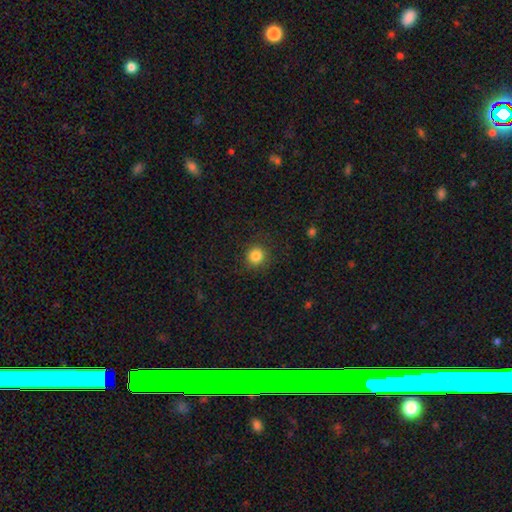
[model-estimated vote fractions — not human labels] Smooth or featured: smooth — 84% (star or artifact — 11%)
How rounded: round — 92% (in between — 7%)
Merging: none — 89% (minor disturbance — 7%)